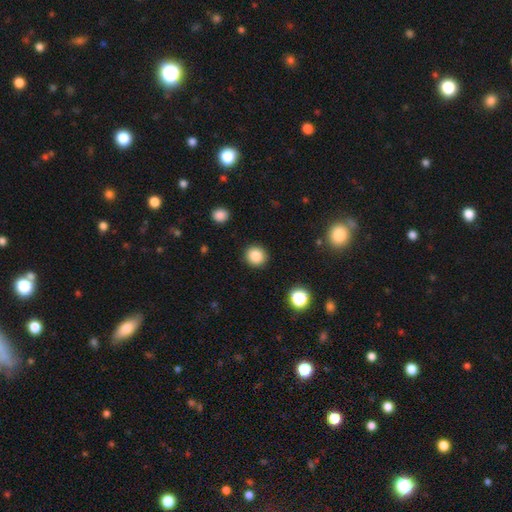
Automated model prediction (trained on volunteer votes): Smooth or featured: smooth — 86% (star or artifact — 10%)
How rounded: round — 90% (in between — 9%)
Merging: none — 91% (minor disturbance — 6%)